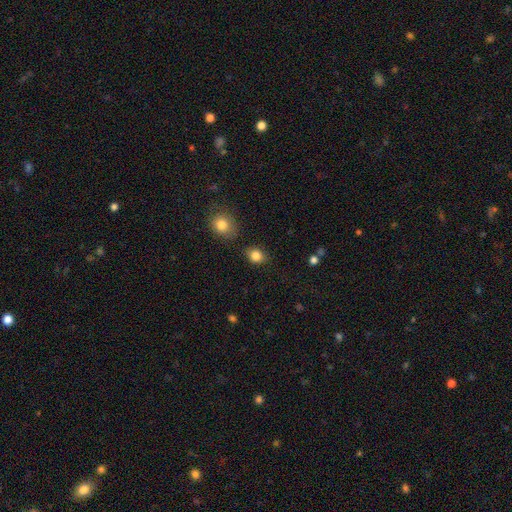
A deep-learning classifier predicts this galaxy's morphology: This appears to be a smooth galaxy with no disk features (85%) that is round (54%). Merging: none (80%).